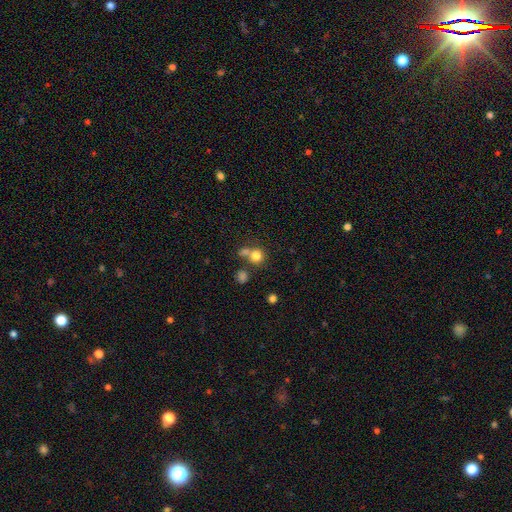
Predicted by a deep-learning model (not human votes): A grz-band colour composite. It shows a smooth galaxy with no disk features (78%) that is round (87%). Merging: none (52%).